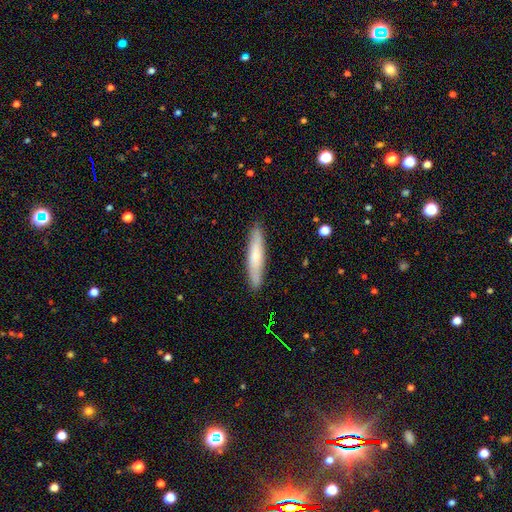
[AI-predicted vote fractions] A smooth galaxy with no disk features (66%) that is cigar-shaped (90%). Merging: none (89%).